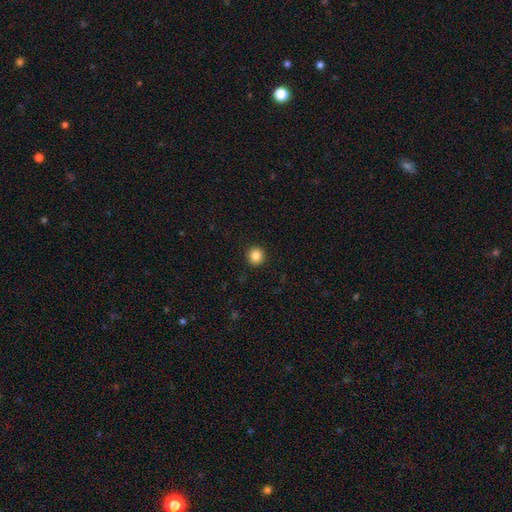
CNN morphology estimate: Smooth or featured? Predicted: smooth (p=0.85). How rounded? Predicted: round (p=0.94). Merging? Predicted: none (p=0.93).